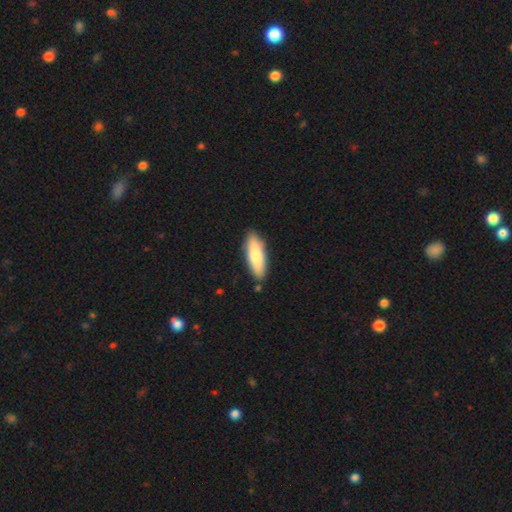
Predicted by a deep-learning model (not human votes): smooth-or-featured: smooth: 79% | featured or disk: 16% | star or artifact: 5%
  how-rounded: in between: 54% | cigar-shaped: 44% | round: 2%
  merging: none: 85% | minor disturbance: 10% | merger: 3% | major disturbance: 2%